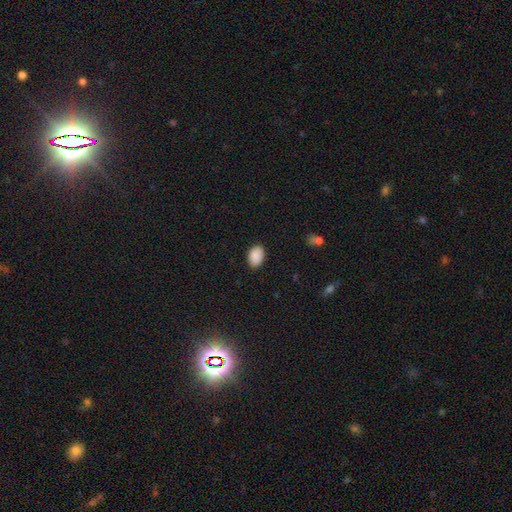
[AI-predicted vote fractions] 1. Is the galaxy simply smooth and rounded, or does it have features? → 90% smooth, 7% star or artifact, 3% featured or disk.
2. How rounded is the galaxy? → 86% in between, 13% round, 1% cigar-shaped.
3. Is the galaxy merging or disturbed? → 89% none, 8% minor disturbance, 2% major disturbance, 1% merger.